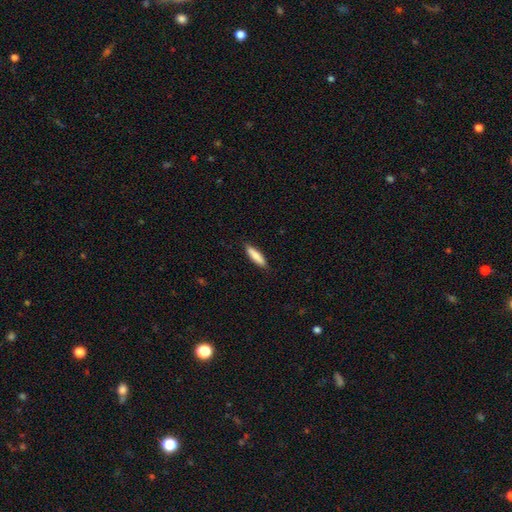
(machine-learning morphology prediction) Smooth or featured: smooth — 85% (featured or disk — 10%)
How rounded: cigar-shaped — 69% (in between — 29%)
Merging: none — 87% (minor disturbance — 10%)